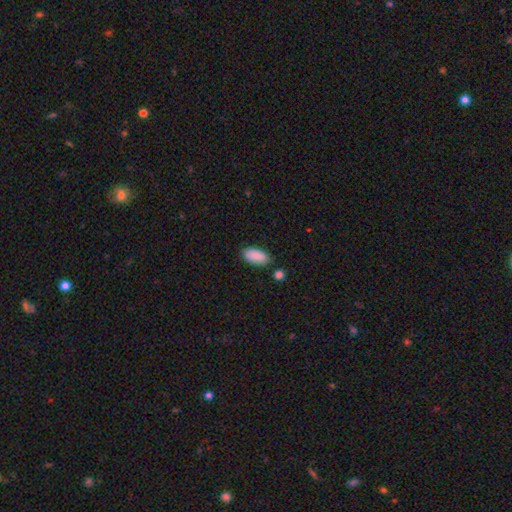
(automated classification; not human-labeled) Q: Smooth or featured?
A: smooth (90%); runner-up: star or artifact (6%)
Q: How rounded?
A: in between (91%); runner-up: cigar-shaped (7%)
Q: Merging?
A: none (81%); runner-up: minor disturbance (11%)